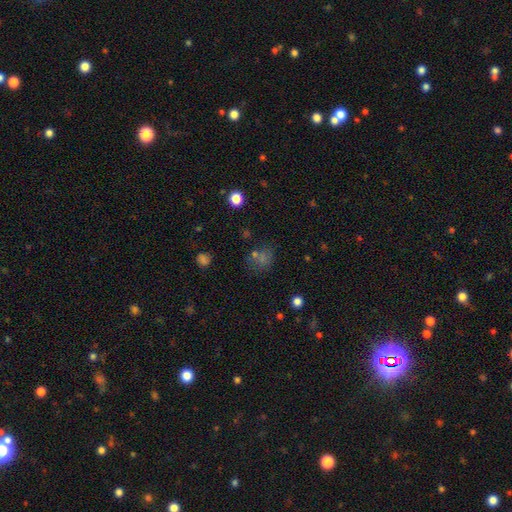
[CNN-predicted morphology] smooth_or_featured: smooth (p=0.49) [alt: star or artifact p=0.38]
merging: none (p=0.63) [alt: minor disturbance p=0.16]